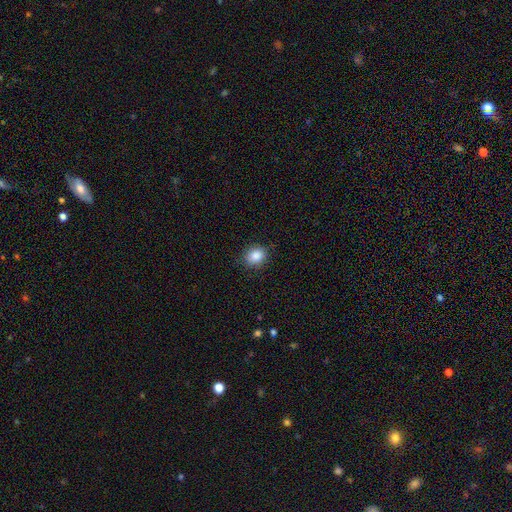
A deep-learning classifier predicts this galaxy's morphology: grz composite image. It shows a smooth galaxy with no disk features (86%) that is round (56%). Merging: none (85%).